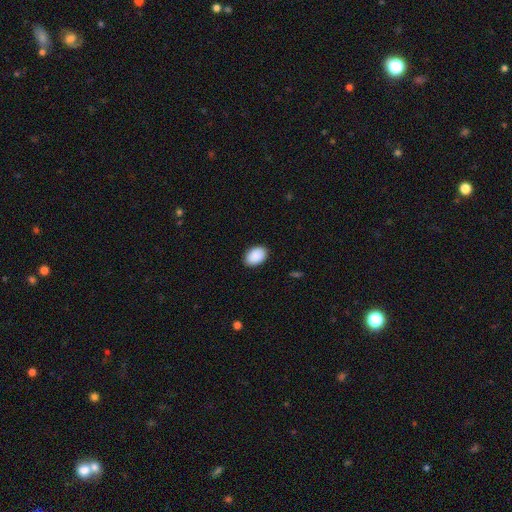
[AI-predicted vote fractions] smooth_or_featured: smooth (p=0.91) [alt: star or artifact p=0.06]
how_rounded: in between (p=0.85) [alt: round p=0.14]
merging: none (p=0.89) [alt: minor disturbance p=0.08]